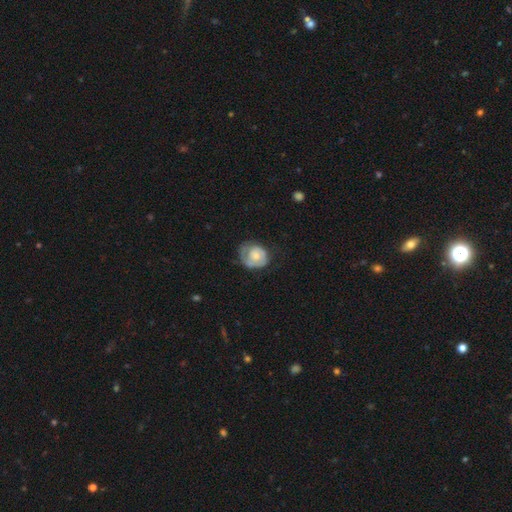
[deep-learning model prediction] This is possibly a smooth galaxy (47%). Merging: possibly none (48%).